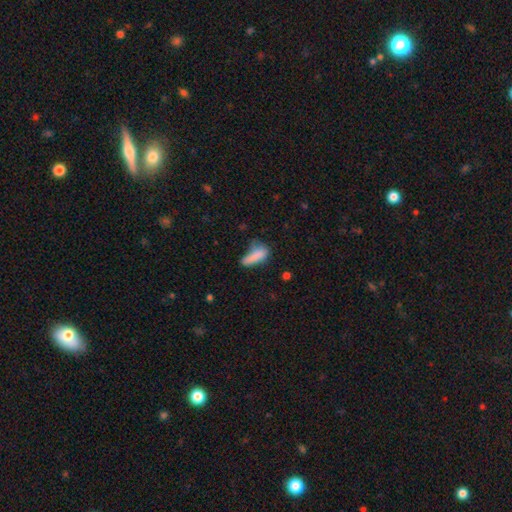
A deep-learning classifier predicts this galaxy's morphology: A smooth galaxy with no disk features (78%) that is in between round and cigar-shaped (62%).

Vote fractions:
- Smooth or featured? smooth: 78% / featured or disk: 13% / star or artifact: 10%
- How rounded? in between: 62% / cigar-shaped: 34% / round: 3%
- Merging? none: 33% / minor disturbance: 31% / major disturbance: 25% / merger: 11%